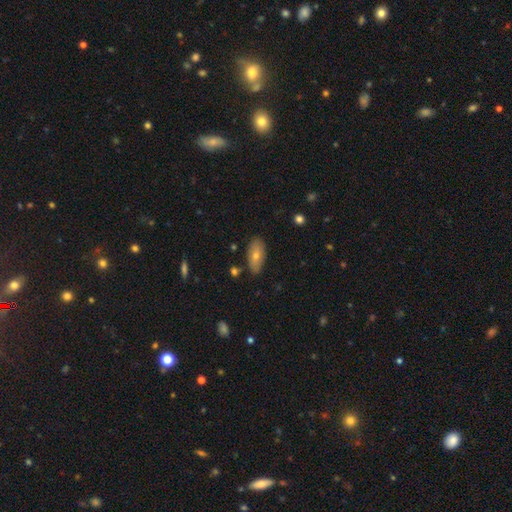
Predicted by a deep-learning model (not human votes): Smooth or featured? smooth (64%)
How rounded? in between (87%)
Merging? none (82%)